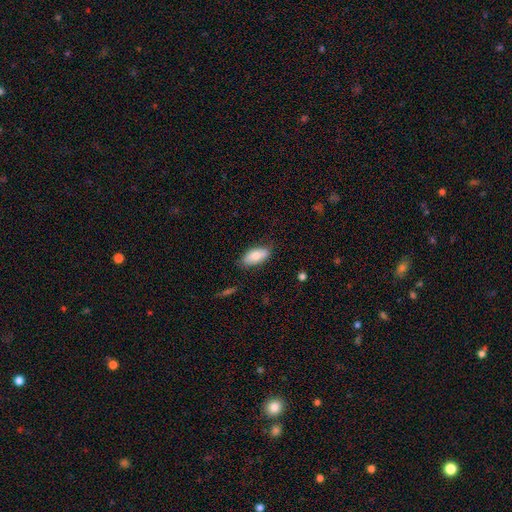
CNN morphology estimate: Smooth or featured? Predicted: smooth (p=0.77). How rounded? Predicted: in between (p=0.91). Merging? Predicted: none (p=0.80).